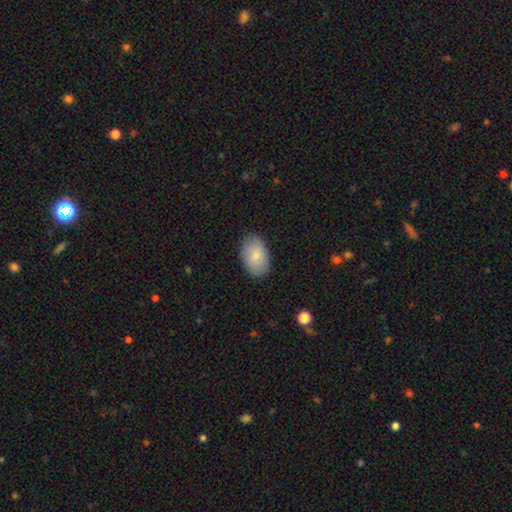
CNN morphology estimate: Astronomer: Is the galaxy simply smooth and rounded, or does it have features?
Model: smooth — 83%.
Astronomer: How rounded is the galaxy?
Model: in between — 91%.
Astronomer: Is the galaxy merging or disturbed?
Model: none — 86%.